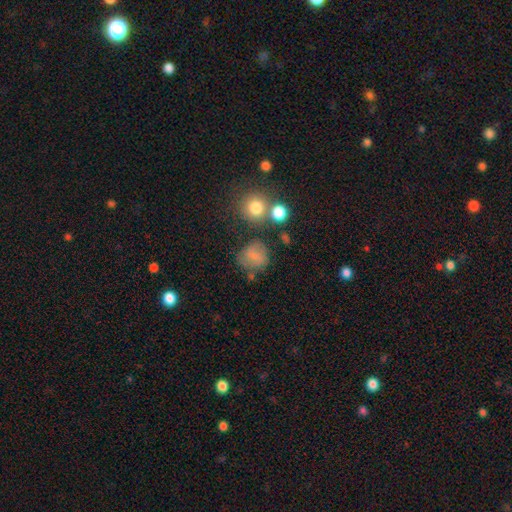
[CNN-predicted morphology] This is likely a smooth galaxy (69%). How rounded: likely round (76%). Merging: likely none (62%).